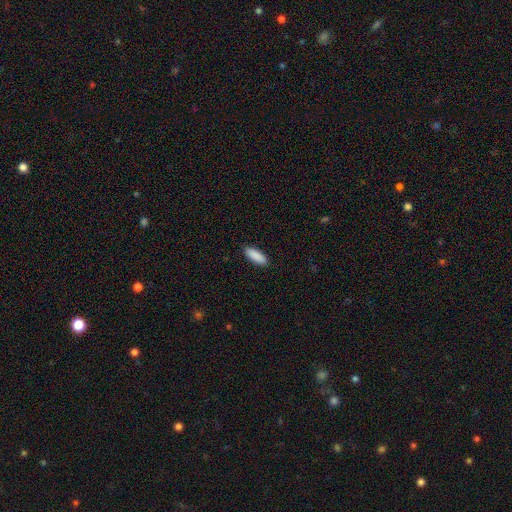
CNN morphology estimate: Smooth or featured: smooth — 91% (star or artifact — 6%)
How rounded: in between — 62% (cigar-shaped — 37%)
Merging: none — 91% (minor disturbance — 7%)